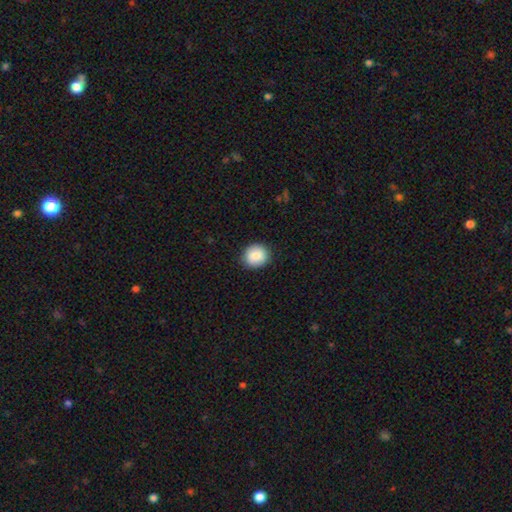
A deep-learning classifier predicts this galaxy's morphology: Q: Smooth or featured?
A: smooth (86%); runner-up: star or artifact (8%)
Q: How rounded?
A: round (83%); runner-up: in between (16%)
Q: Merging?
A: none (89%); runner-up: minor disturbance (8%)